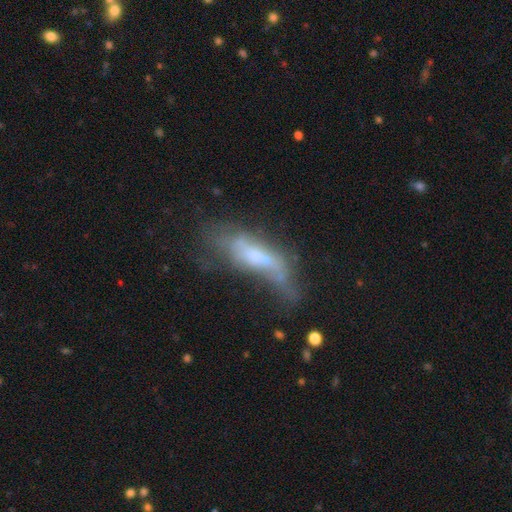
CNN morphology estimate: This is possibly a featured or disk galaxy (48%). Merging: marginally major disturbance (36%).